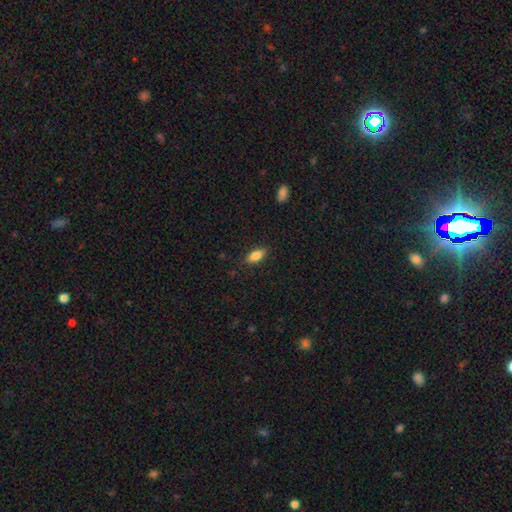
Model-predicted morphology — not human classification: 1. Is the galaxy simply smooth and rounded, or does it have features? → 83% smooth, 9% featured or disk, 7% star or artifact.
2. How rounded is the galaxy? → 85% in between, 12% cigar-shaped, 3% round.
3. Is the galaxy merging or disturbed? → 86% none, 11% minor disturbance, 2% major disturbance, 1% merger.